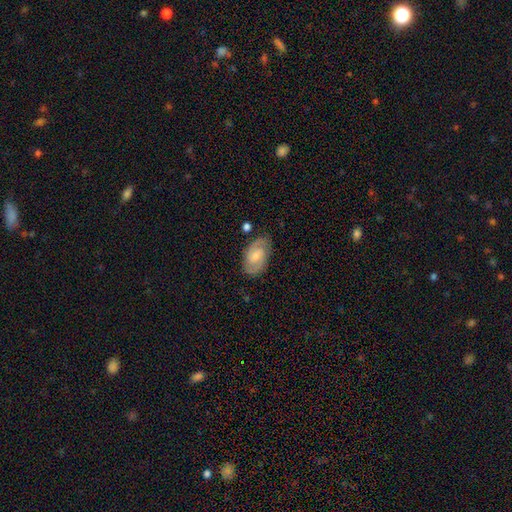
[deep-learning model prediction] Q: Smooth or featured?
A: featured or disk (67%); runner-up: smooth (27%)
Q: Edge-on disk?
A: no (96%); runner-up: yes (4%)
Q: Bar?
A: weak (49%); runner-up: no (42%)
Q: Spiral arms?
A: yes (91%); runner-up: no (9%)
Q: Spiral winding?
A: medium (46%); runner-up: tight (41%)
Q: Spiral arm count?
A: 2 (82%); runner-up: can't tell (11%)
Q: Bulge size?
A: small (51%); runner-up: moderate (40%)
Q: Merging?
A: none (78%); runner-up: minor disturbance (16%)